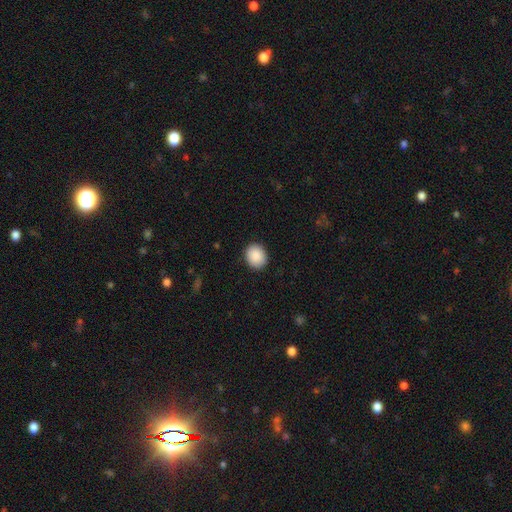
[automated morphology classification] Overall: smooth (90%). How rounded: round (63%; in between 36%). Merging: none (90%).